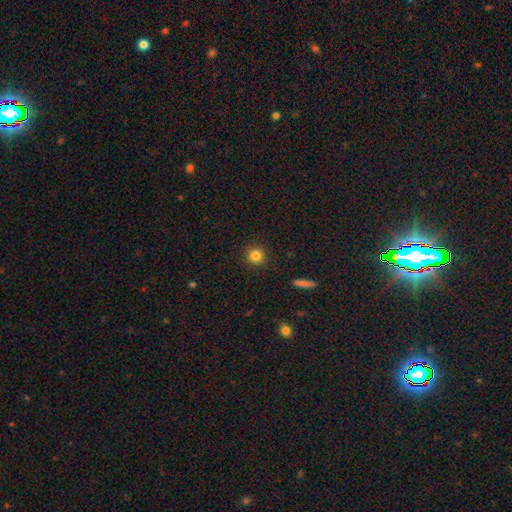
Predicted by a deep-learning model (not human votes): Smooth or featured? Predicted: smooth (p=0.83). How rounded? Predicted: round (p=0.94). Merging? Predicted: none (p=0.92).